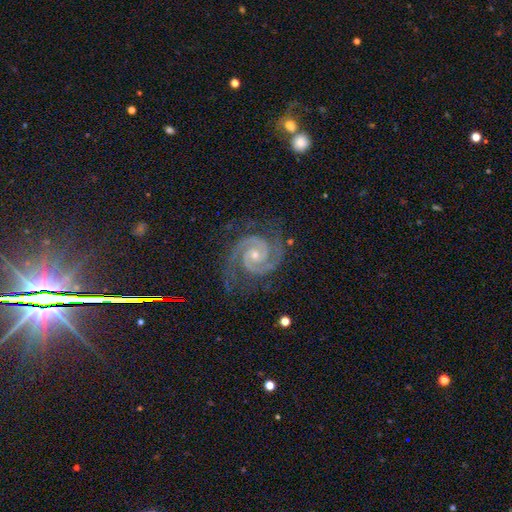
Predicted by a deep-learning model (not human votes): Smooth or featured?
  - featured or disk: 91% *
  - star or artifact: 6%
  - smooth: 2%
Edge-on disk?
  - no: 98% *
  - yes: 2%
Bar?
  - no: 64% *
  - weak: 25%
  - strong: 11%
Spiral arms?
  - yes: 99% *
  - no: 1%
Spiral winding?
  - tight: 68% *
  - medium: 29%
  - loose: 3%
Spiral arm count?
  - 2: 87% *
  - 3: 7%
  - can't tell: 2%
  - 4: 2%
  - 1: 1%
  - more than 4: 1%
Bulge size?
  - small: 63% *
  - moderate: 34%
  - none: 1%
  - large: 1%
  - dominant: 1%
Merging?
  - none: 79% *
  - minor disturbance: 15%
  - major disturbance: 5%
  - merger: 1%